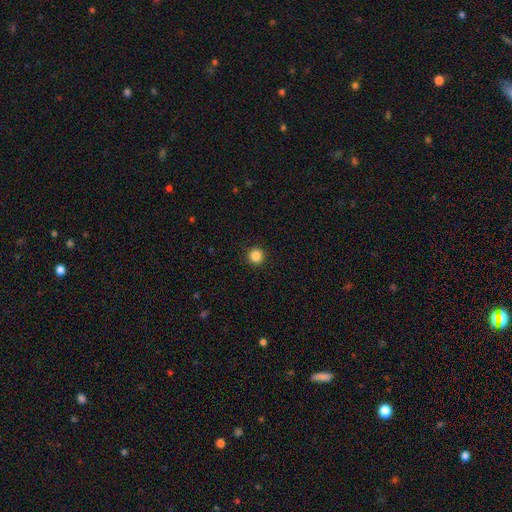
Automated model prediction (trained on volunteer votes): A smooth galaxy with no disk features (86%) that is round (96%).

Vote fractions:
- Smooth or featured? smooth: 86% / star or artifact: 11% / featured or disk: 3%
- How rounded? round: 96% / in between: 3% / cigar-shaped: 1%
- Merging? none: 93% / minor disturbance: 4% / major disturbance: 2% / merger: 1%